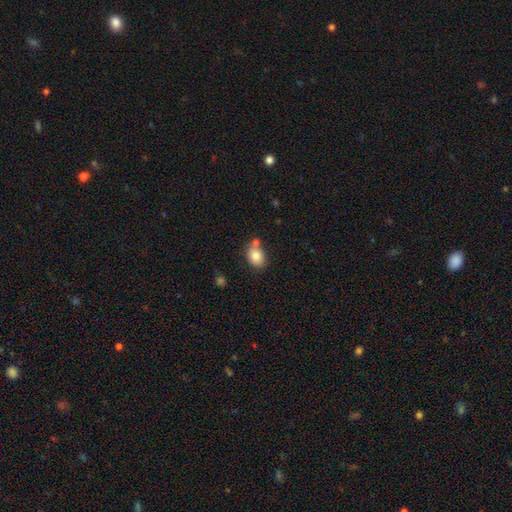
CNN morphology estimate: A smooth galaxy with no disk features (81%) that is in between round and cigar-shaped (64%).

Vote fractions:
- Smooth or featured? smooth: 81% / featured or disk: 10% / star or artifact: 9%
- How rounded? in between: 64% / round: 35% / cigar-shaped: 1%
- Merging? none: 60% / merger: 22% / minor disturbance: 14% / major disturbance: 4%